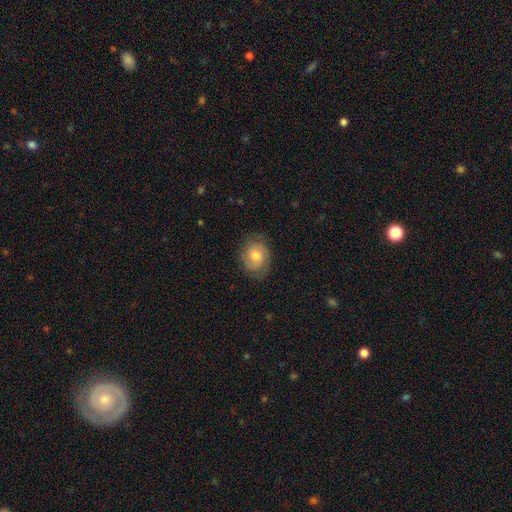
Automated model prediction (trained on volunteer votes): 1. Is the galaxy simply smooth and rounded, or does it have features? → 53% featured or disk, 39% smooth, 8% star or artifact.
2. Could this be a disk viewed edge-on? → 97% no, 3% yes.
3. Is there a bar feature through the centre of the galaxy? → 68% no, 27% weak, 4% strong.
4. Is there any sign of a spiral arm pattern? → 84% yes, 16% no.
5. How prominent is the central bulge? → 63% moderate, 24% small, 9% large, 2% none, 1% dominant.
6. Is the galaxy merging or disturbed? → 77% none, 16% minor disturbance, 6% major disturbance, 1% merger.